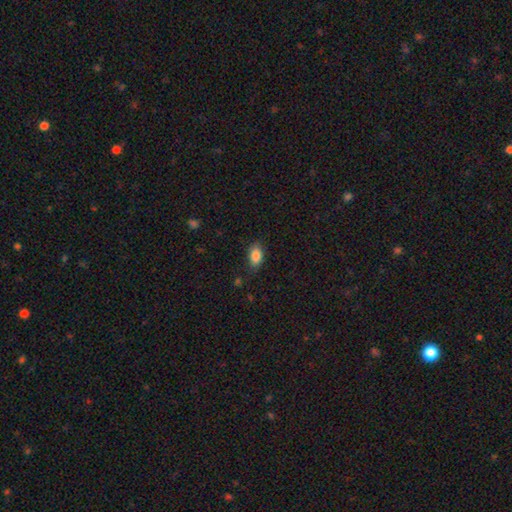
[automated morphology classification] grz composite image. It shows a smooth galaxy with no disk features (86%) that is in between round and cigar-shaped (90%). Merging: none (80%).